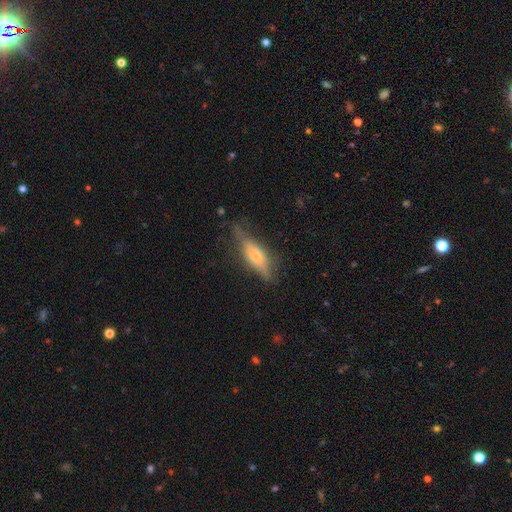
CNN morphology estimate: Smooth or featured? featured or disk (48%)
Merging? none (64%)